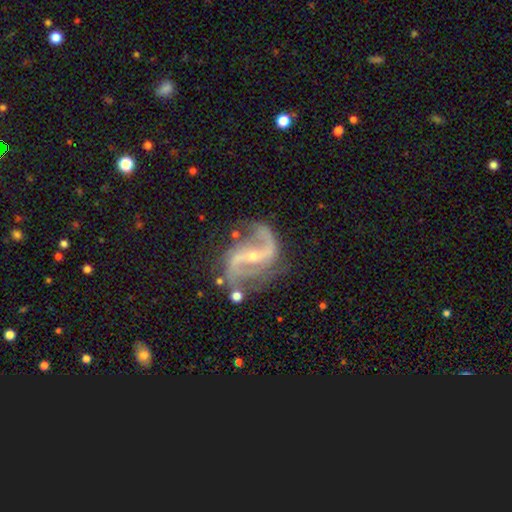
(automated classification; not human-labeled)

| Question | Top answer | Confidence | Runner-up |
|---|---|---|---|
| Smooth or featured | featured or disk | 91% | star or artifact (6%) |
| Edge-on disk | no | 97% | yes (3%) |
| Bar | strong | 46% | weak (32%) |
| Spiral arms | yes | 97% | no (3%) |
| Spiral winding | loose | 52% | medium (38%) |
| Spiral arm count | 2 | 93% | can't tell (2%) |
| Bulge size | small | 73% | moderate (23%) |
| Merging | none | 72% | minor disturbance (17%) |